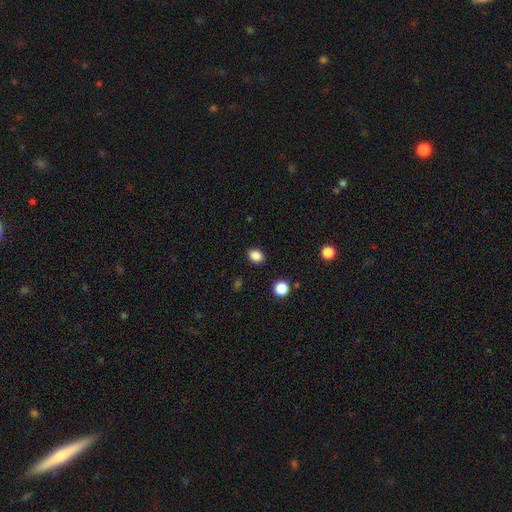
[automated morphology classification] type=smooth (85%); roundness=round (50%); merging=none (89%).